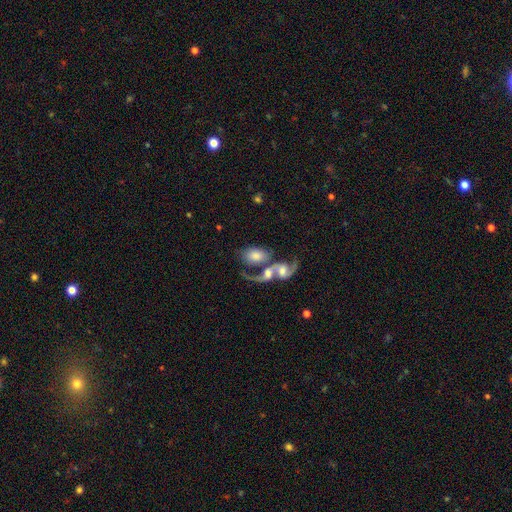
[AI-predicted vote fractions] Morphology: type=smooth (47%); merging=merger (68%).